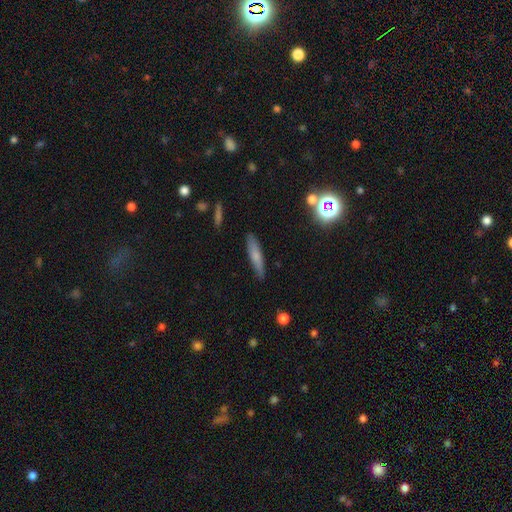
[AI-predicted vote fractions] smooth 67%, featured or disk 24%, star or artifact 9%. Down the decision tree: how rounded — cigar-shaped (86%); merging — none (87%).